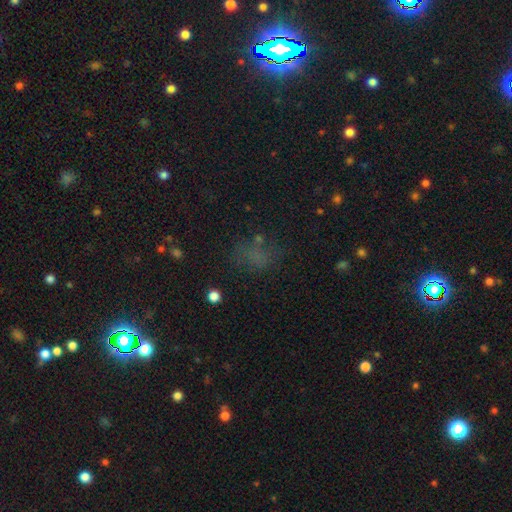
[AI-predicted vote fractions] A smooth galaxy with no disk features (52%) that is in between round and cigar-shaped (57%).

Vote fractions:
- Smooth or featured? smooth: 52% / star or artifact: 34% / featured or disk: 14%
- How rounded? in between: 57% / round: 40% / cigar-shaped: 2%
- Merging? none: 61% / minor disturbance: 19% / major disturbance: 15% / merger: 5%